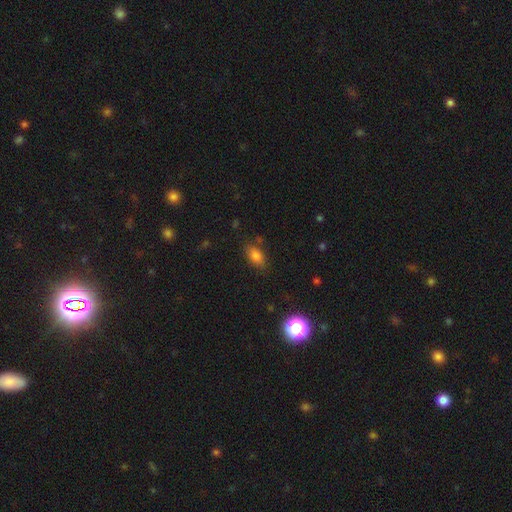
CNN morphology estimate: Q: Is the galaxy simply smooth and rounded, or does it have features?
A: smooth — 79%.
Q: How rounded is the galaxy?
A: in between — 85%.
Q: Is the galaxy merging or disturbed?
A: none — 77%.